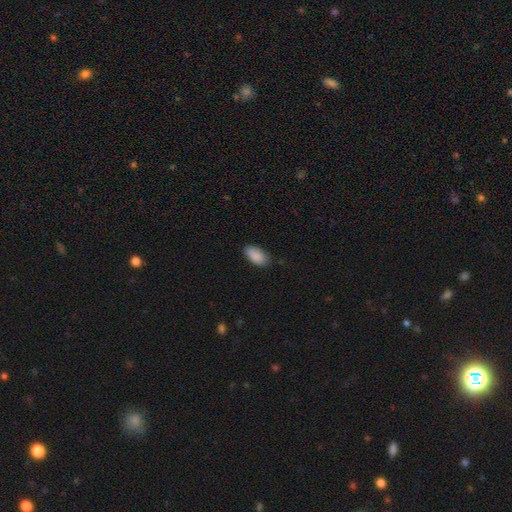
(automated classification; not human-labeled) Smooth or featured: smooth — 89% (star or artifact — 7%)
How rounded: in between — 93% (cigar-shaped — 5%)
Merging: none — 80% (minor disturbance — 16%)